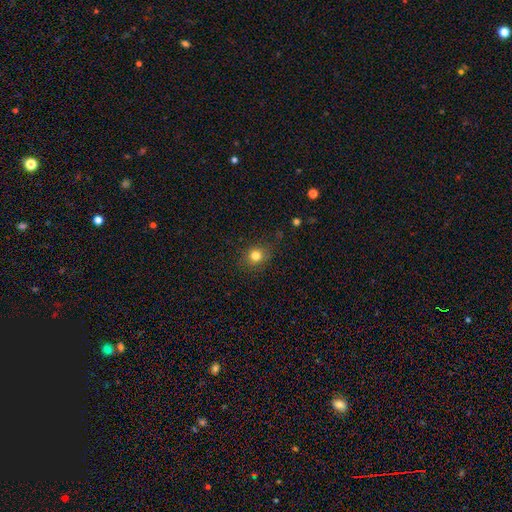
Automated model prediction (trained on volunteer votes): Morphology: type=smooth (80%); roundness=round (79%); merging=none (86%).